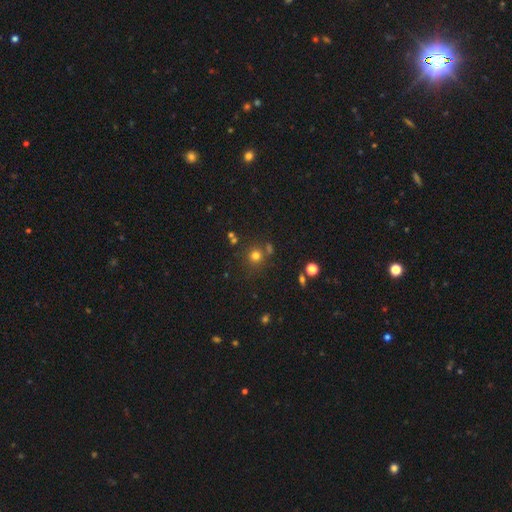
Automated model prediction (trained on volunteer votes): A smooth galaxy with no disk features (72%) that is round (90%).

Vote fractions:
- Smooth or featured? smooth: 72% / star or artifact: 20% / featured or disk: 8%
- How rounded? round: 90% / in between: 9% / cigar-shaped: 1%
- Merging? none: 74% / merger: 12% / minor disturbance: 10% / major disturbance: 4%